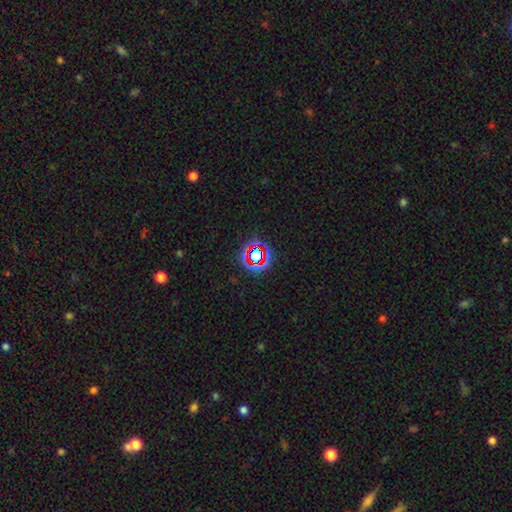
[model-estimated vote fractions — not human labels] This is likely a star or artifact rather than a galaxy (70%).